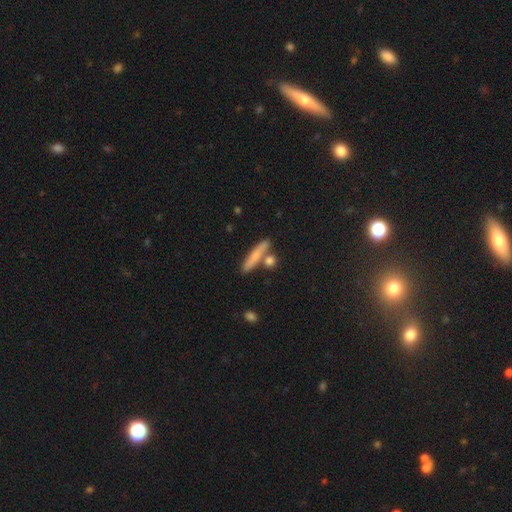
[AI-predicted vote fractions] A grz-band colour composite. It shows a smooth galaxy with no disk features (69%) that is cigar-shaped (84%). Merging: none (72%).